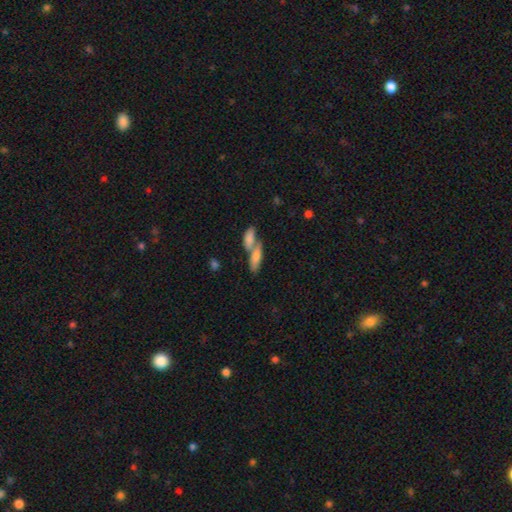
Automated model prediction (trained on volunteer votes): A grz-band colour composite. It shows a smooth galaxy with no disk features (73%) that is in between round and cigar-shaped (59%). Merging: merger (59%).